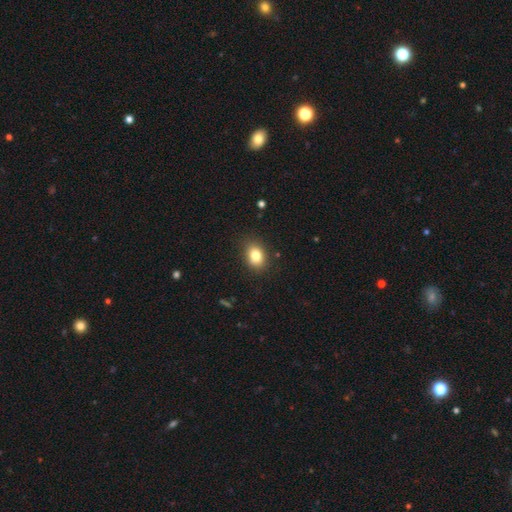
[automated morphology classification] This is clearly a smooth galaxy (82%). How rounded: likely in between (67%). Merging: clearly none (85%).